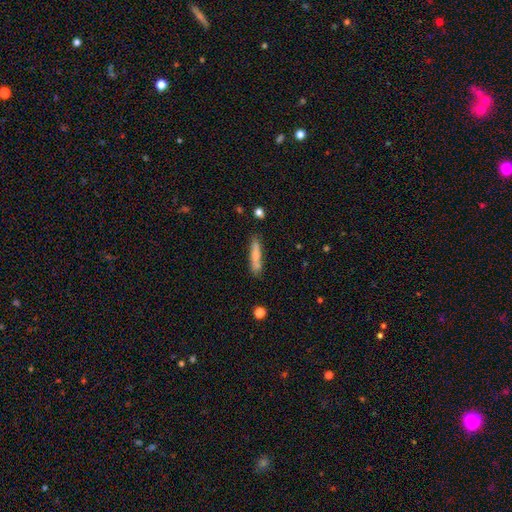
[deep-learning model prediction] Q: Smooth or featured?
A: smooth (73%); runner-up: featured or disk (20%)
Q: How rounded?
A: cigar-shaped (85%); runner-up: in between (13%)
Q: Merging?
A: none (75%); runner-up: minor disturbance (16%)